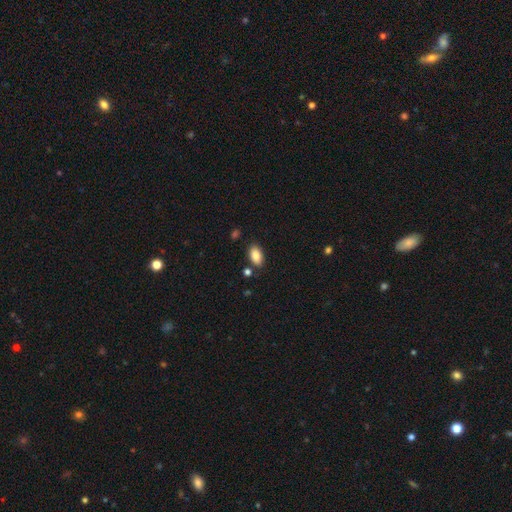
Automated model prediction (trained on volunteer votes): Overall: smooth (87%). How rounded: in between (93%). Merging: none (82%).